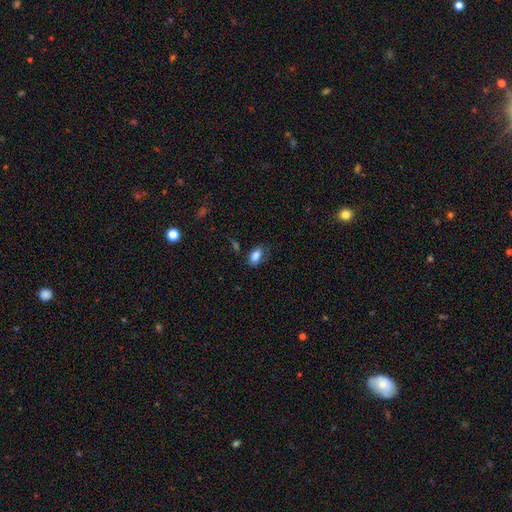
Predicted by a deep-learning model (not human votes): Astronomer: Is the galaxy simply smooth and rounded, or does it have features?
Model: smooth — 86%.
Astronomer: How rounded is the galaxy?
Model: in between — 90%.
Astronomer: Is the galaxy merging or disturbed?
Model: none — 70%.